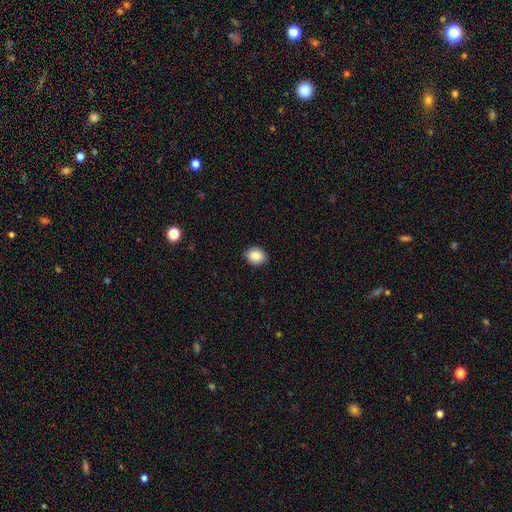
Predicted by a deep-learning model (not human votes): Overall: smooth (86%). How rounded: round (56%; in between 43%). Merging: none (90%).